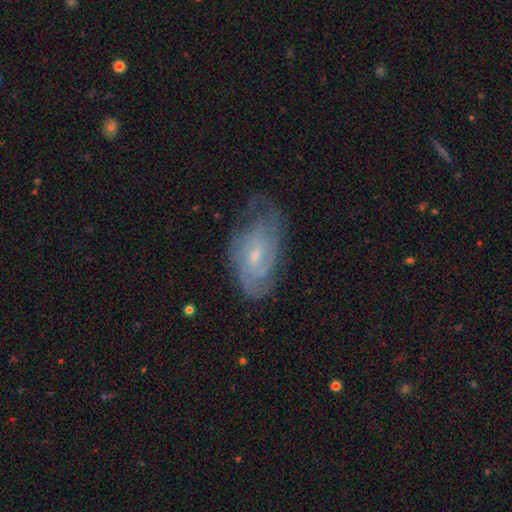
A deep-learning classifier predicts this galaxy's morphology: Smooth or featured?
  - featured or disk: 75% *
  - smooth: 18%
  - star or artifact: 7%
Edge-on disk?
  - no: 95% *
  - yes: 5%
Bar?
  - weak: 47% * (tied)
  - no: 47% * (tied)
  - strong: 7%
Spiral arms?
  - yes: 89% *
  - no: 11%
Spiral winding?
  - tight: 54% *
  - medium: 35%
  - loose: 11%
Spiral arm count?
  - can't tell: 45% *
  - 2: 22%
  - 3: 16%
  - 4: 8%
  - 1: 5%
  - more than 4: 4%
Bulge size?
  - small: 57% *
  - moderate: 34%
  - none: 6%
  - large: 2%
  - dominant: 1%
Merging?
  - none: 59% *
  - minor disturbance: 26%
  - major disturbance: 13%
  - merger: 1%